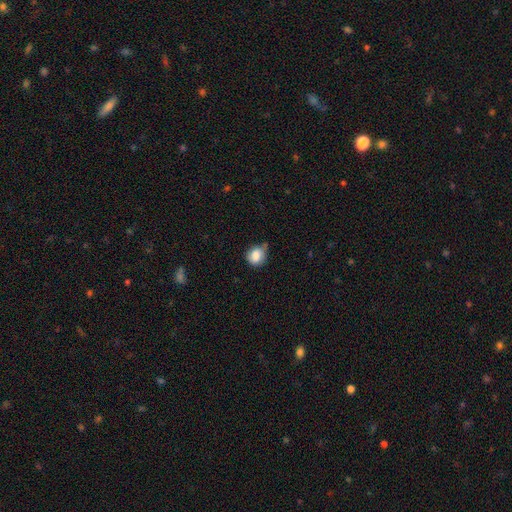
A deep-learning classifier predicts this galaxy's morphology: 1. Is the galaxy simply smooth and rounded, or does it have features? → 81% smooth, 10% featured or disk, 9% star or artifact.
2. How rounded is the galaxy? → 78% round, 21% in between, 1% cigar-shaped.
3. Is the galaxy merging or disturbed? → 55% none, 32% minor disturbance, 7% major disturbance, 6% merger.